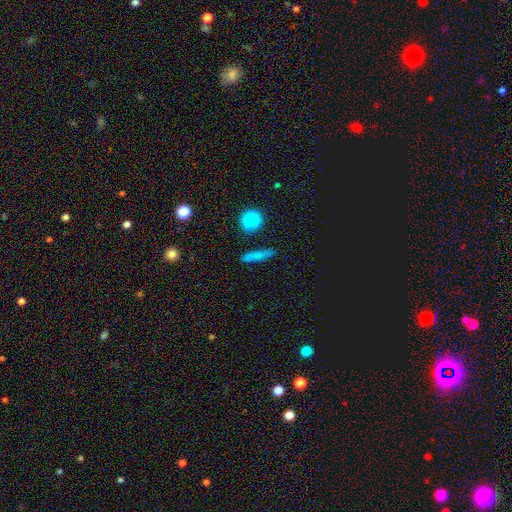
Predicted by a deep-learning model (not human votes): Smooth or featured? Predicted: smooth (p=0.69). How rounded? Predicted: cigar-shaped (p=0.81). Merging? Predicted: none (p=0.84).